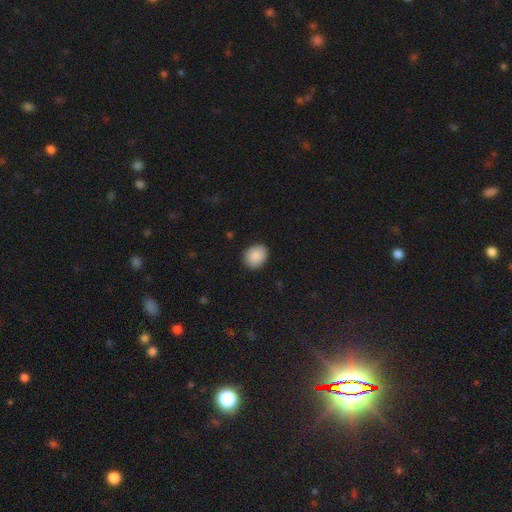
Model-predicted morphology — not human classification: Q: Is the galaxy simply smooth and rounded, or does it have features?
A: smooth — 89%.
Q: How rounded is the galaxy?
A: round — 50%.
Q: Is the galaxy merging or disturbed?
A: none — 87%.